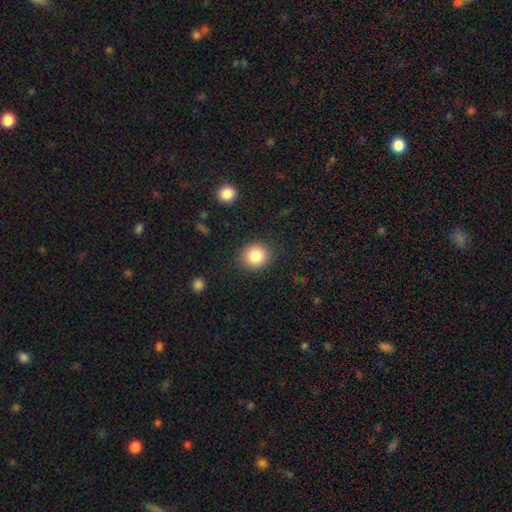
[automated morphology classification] smooth_or_featured: smooth (p=0.85) [alt: star or artifact p=0.09]
how_rounded: round (p=0.84) [alt: in between p=0.15]
merging: none (p=0.88) [alt: minor disturbance p=0.08]